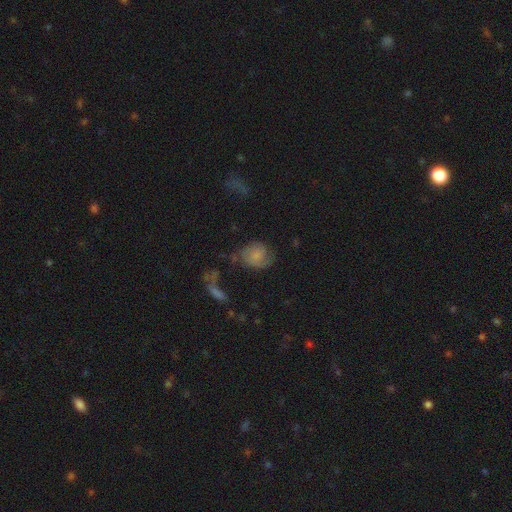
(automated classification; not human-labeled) This appears to be a smooth galaxy with no disk features (52%) that is round (55%). Merging: none (48%).